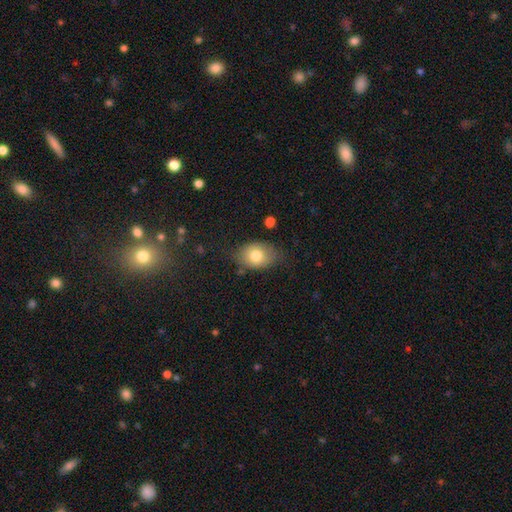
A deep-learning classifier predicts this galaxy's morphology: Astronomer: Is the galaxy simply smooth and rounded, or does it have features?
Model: smooth — 78%.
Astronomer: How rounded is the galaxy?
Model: in between — 76%.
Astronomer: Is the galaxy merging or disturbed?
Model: none — 72%.